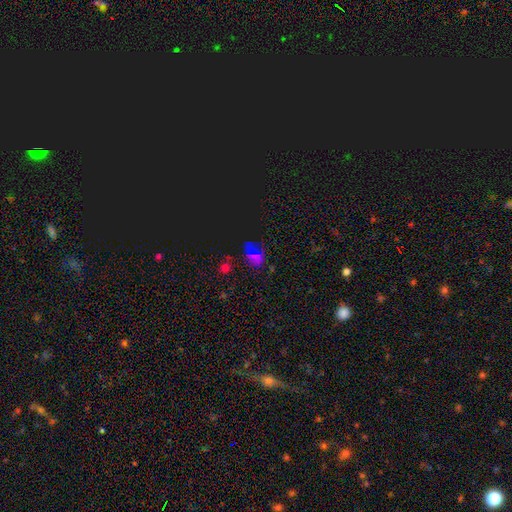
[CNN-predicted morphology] Overall: star or artifact (53%; smooth 36%).